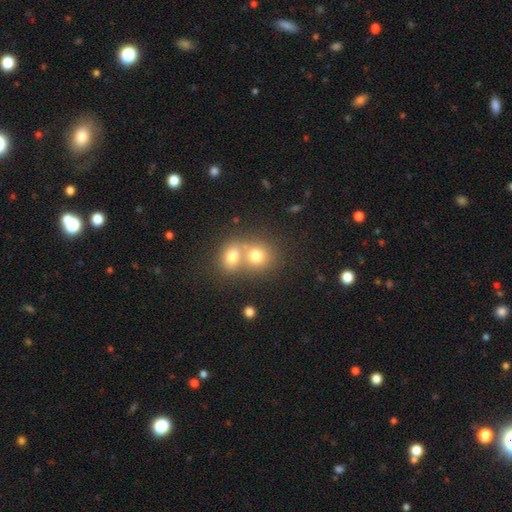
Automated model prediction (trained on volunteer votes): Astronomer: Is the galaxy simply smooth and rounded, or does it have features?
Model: smooth — 73%.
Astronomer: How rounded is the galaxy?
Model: round — 72%.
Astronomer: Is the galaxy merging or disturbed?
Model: merger — 59%.